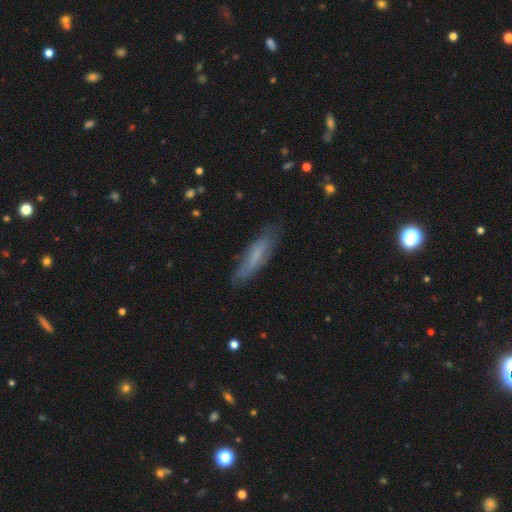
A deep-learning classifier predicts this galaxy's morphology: Smooth or featured? smooth (60%)
How rounded? cigar-shaped (72%)
Merging? none (75%)